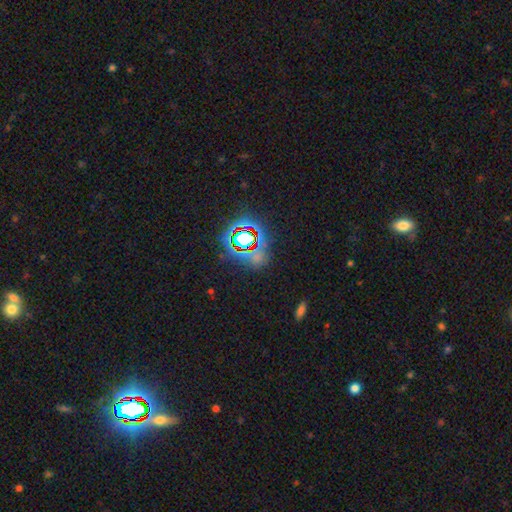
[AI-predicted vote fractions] Smooth or featured? Predicted: star or artifact (p=0.66).